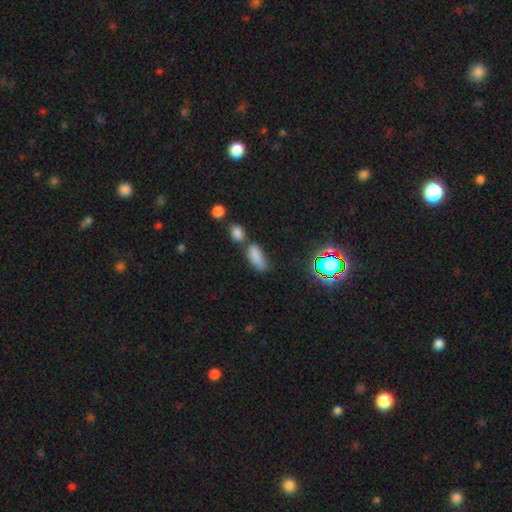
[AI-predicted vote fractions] This is clearly a smooth galaxy (80%). How rounded: likely in between (80%). Merging: possibly none (51%).